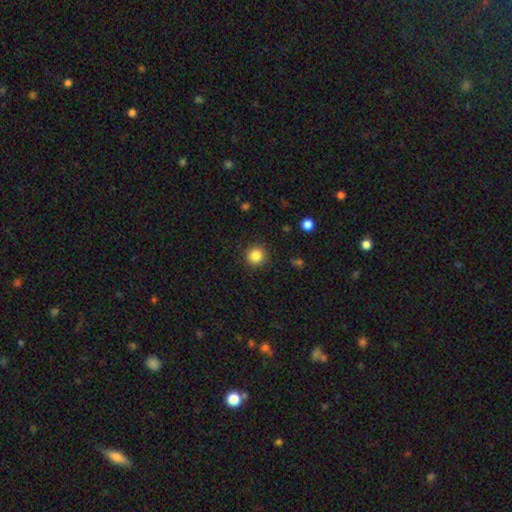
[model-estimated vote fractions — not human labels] Smooth or featured?
  - smooth: 85% *
  - star or artifact: 11%
  - featured or disk: 4%
How rounded?
  - round: 95% *
  - in between: 4%
  - cigar-shaped: 1%
Merging?
  - none: 91% *
  - minor disturbance: 5%
  - major disturbance: 2%
  - merger: 1%